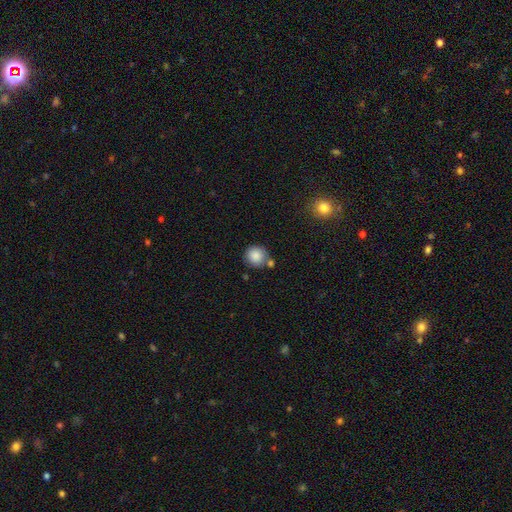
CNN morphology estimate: Overall: smooth (87%). How rounded: round (92%). Merging: none (71%).